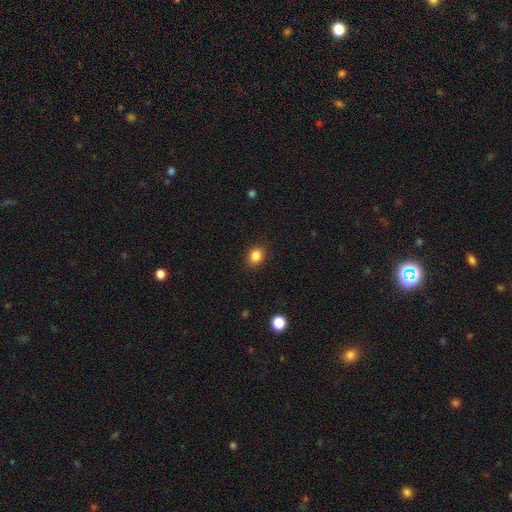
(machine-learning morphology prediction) smooth 85%, star or artifact 10%, featured or disk 4%. Down the decision tree: how rounded — in between (52%); merging — none (88%).